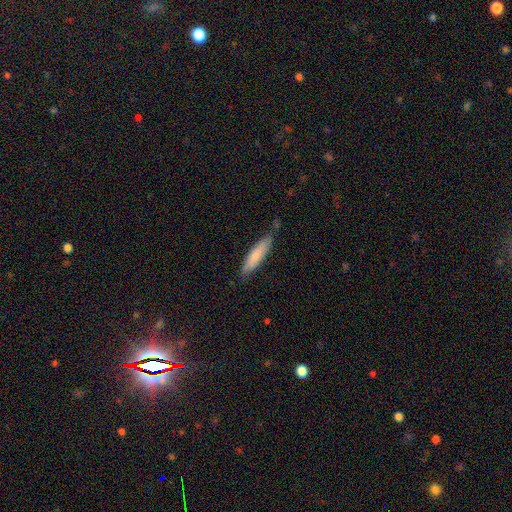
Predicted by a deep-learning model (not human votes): A smooth galaxy with no disk features (78%) that is cigar-shaped (74%). Merging: none (75%).